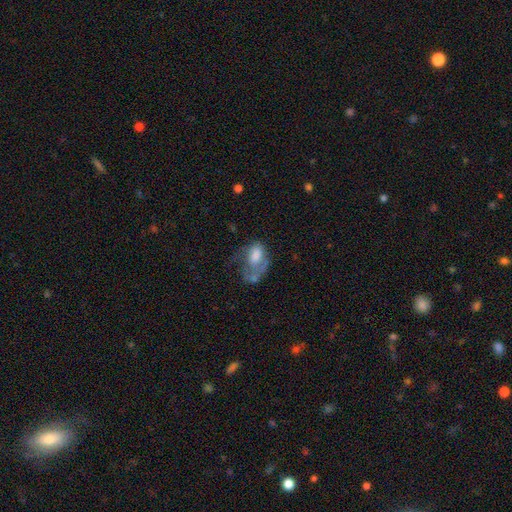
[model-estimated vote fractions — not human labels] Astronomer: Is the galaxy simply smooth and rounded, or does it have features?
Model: featured or disk — 45%, tied with smooth at 45%.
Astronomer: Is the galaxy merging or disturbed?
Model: major disturbance — 47% (runner-up: none, 25%).